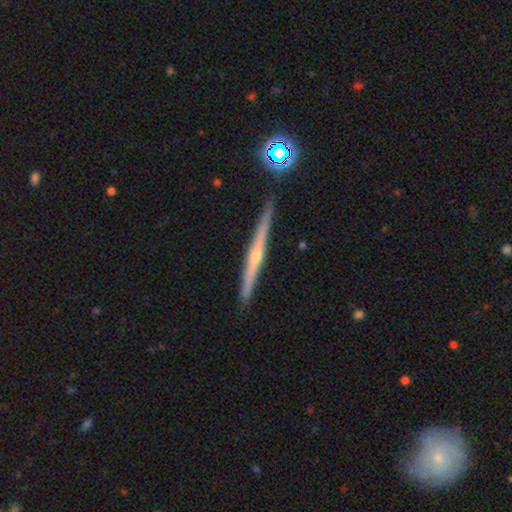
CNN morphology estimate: Smooth or featured: featured or disk — 76% (smooth — 17%)
Edge-on disk: yes — 98% (no — 2%)
Edge-on bulge: rounded — 72% (none — 23%)
Merging: none — 90% (minor disturbance — 7%)